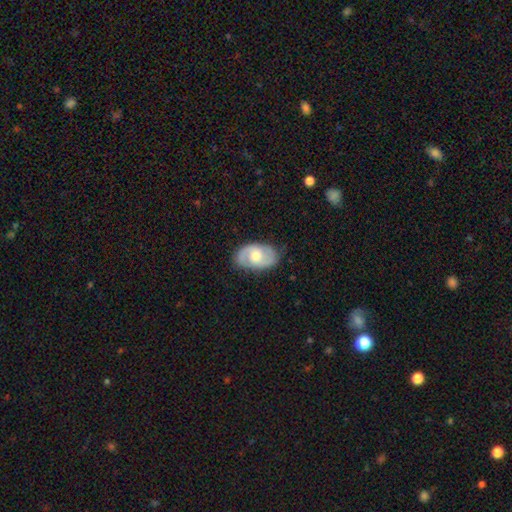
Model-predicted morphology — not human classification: A featured or disk galaxy (76%) with no bar (56%), 2 (87%) medium (50%) spiral arms (91%) and a moderate central bulge (69%). Merging: none (82%).